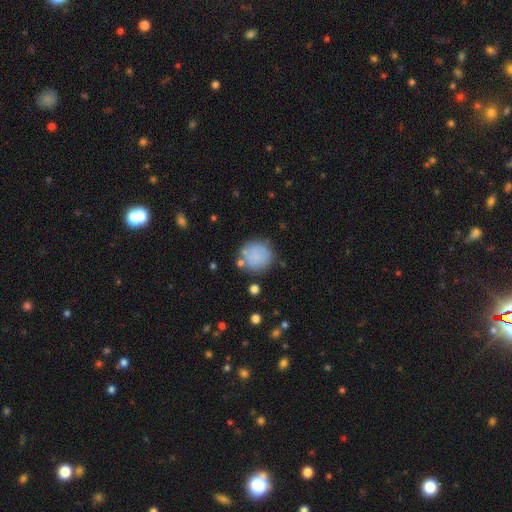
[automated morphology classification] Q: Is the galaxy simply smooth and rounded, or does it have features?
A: smooth — 79%.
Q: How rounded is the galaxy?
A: round — 87%.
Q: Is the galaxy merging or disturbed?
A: none — 70%.